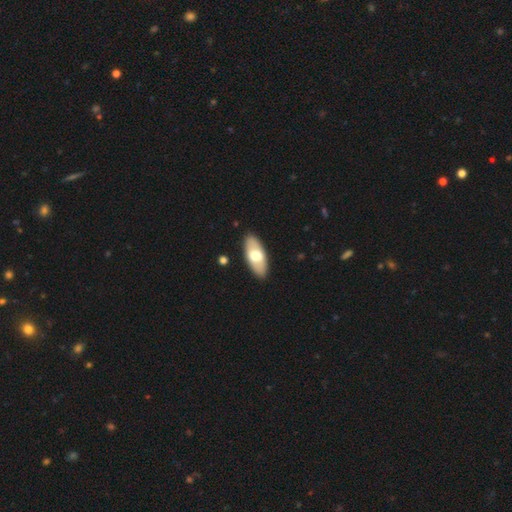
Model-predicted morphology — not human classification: Smooth or featured?
  - smooth: 62% *
  - featured or disk: 33%
  - star or artifact: 5%
How rounded?
  - in between: 86% *
  - cigar-shaped: 12%
  - round: 2%
Merging?
  - none: 90% *
  - minor disturbance: 7%
  - major disturbance: 2%
  - merger: 1%